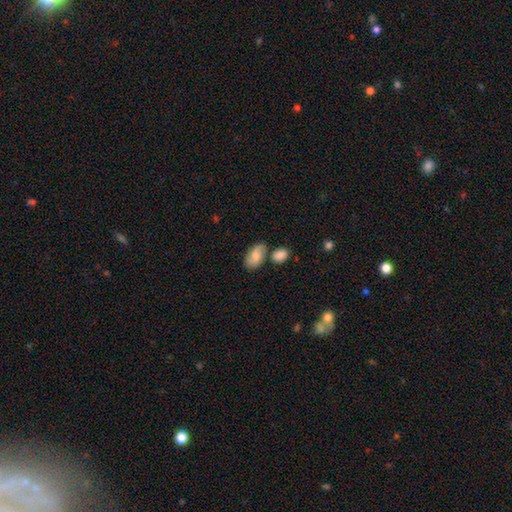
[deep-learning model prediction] Smooth or featured? Predicted: smooth (p=0.75). How rounded? Predicted: in between (p=0.92). Merging? Predicted: none (p=0.60).